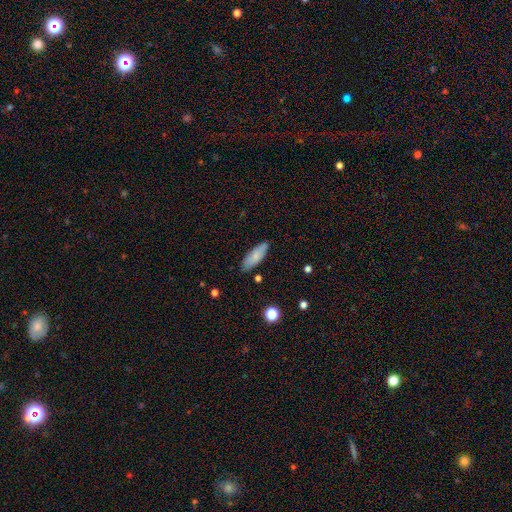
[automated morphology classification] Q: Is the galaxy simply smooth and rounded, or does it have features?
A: smooth — 77%.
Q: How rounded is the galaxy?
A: in between — 68%.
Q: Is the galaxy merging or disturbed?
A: none — 82%.